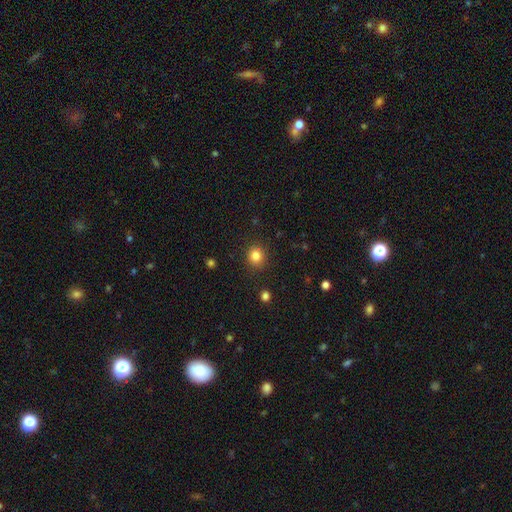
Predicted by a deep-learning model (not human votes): Morphology: type=smooth (84%); roundness=round (83%); merging=none (89%).